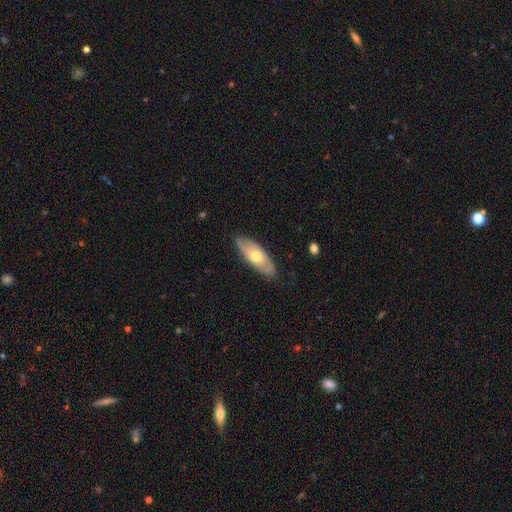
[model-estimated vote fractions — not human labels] A smooth galaxy with no disk features (49%). Merging: none (82%).